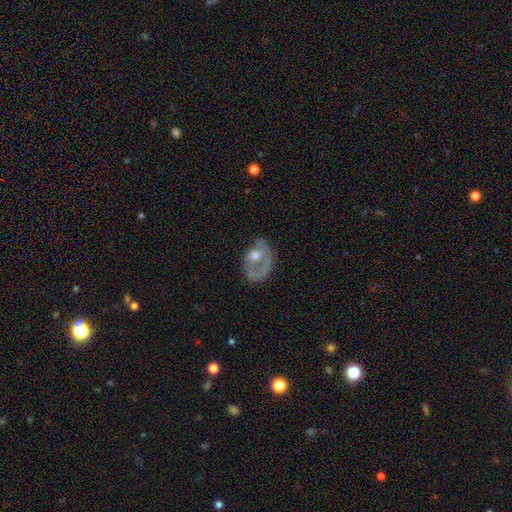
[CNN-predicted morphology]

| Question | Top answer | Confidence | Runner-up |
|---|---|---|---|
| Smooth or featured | featured or disk | 56% | smooth (31%) |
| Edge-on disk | no | 95% | yes (5%) |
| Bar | no | 84% | weak (12%) |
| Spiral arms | no | 66% | yes (34%) |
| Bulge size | moderate | 58% | small (29%) |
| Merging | none | 53% | major disturbance (22%) |